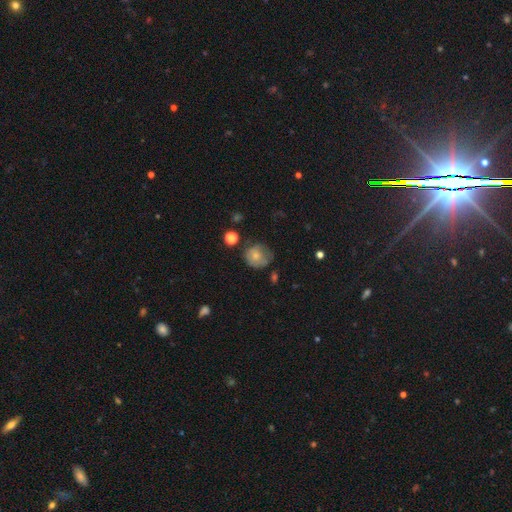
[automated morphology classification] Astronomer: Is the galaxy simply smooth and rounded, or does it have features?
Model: smooth — 67%.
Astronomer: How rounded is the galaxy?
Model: round — 78%.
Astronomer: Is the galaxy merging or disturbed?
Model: none — 51% (runner-up: minor disturbance, 31%).